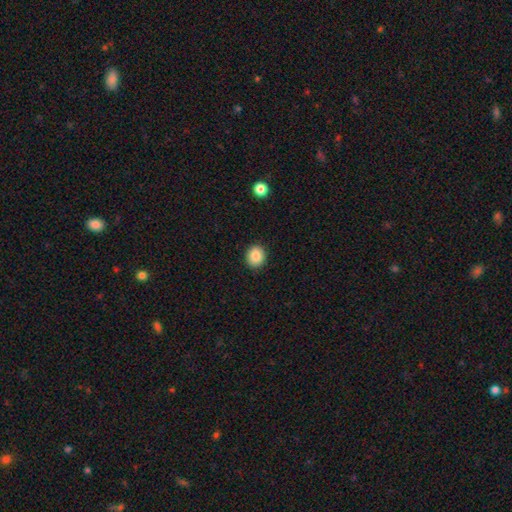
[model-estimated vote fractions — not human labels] A smooth galaxy with no disk features (87%) that is round (73%). Merging: none (90%).